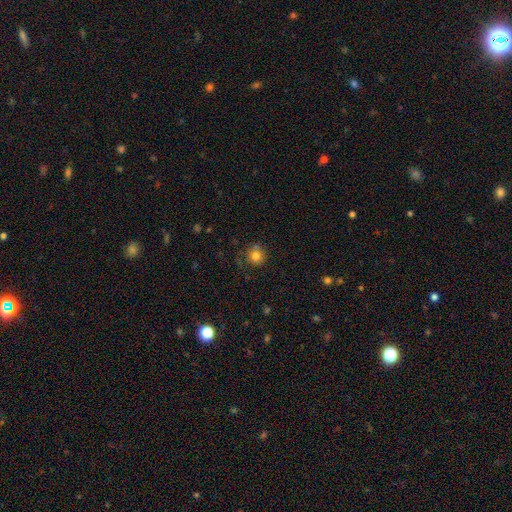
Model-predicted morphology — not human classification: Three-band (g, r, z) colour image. It shows a smooth galaxy with no disk features (81%) that is round (91%). Merging: none (73%).